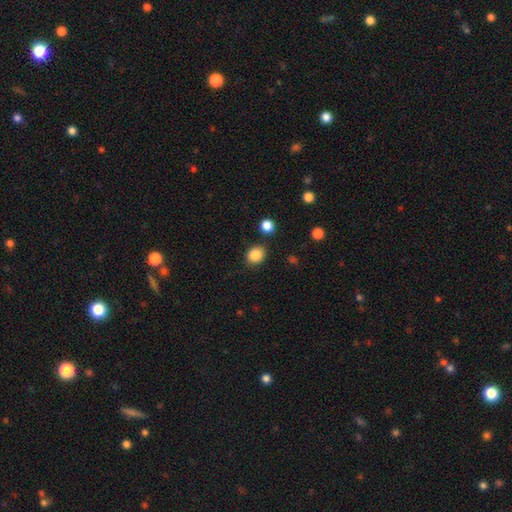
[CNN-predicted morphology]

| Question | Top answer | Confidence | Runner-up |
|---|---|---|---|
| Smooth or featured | smooth | 86% | star or artifact (10%) |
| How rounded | round | 65% | in between (34%) |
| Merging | none | 85% | minor disturbance (9%) |